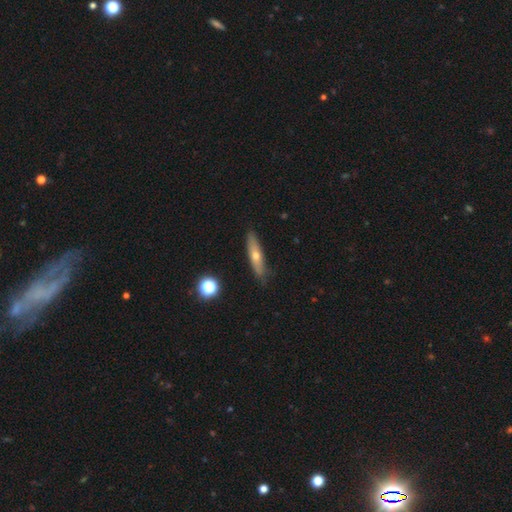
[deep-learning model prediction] This is possibly a smooth galaxy (52%). How rounded: likely cigar-shaped (76%). Merging: clearly none (84%).